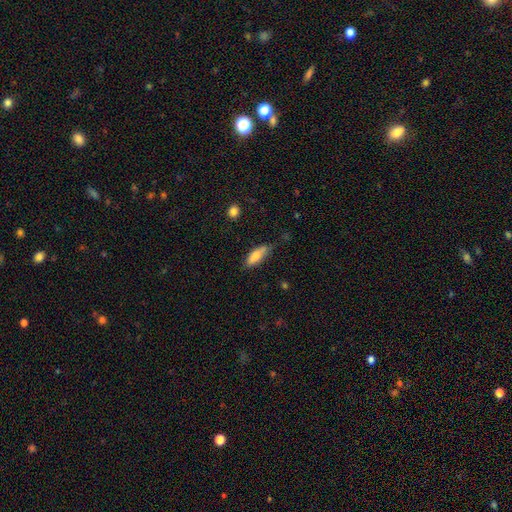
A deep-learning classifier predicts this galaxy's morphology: Q: Smooth or featured?
A: smooth (76%); runner-up: featured or disk (17%)
Q: How rounded?
A: in between (65%); runner-up: cigar-shaped (32%)
Q: Merging?
A: none (64%); runner-up: minor disturbance (28%)